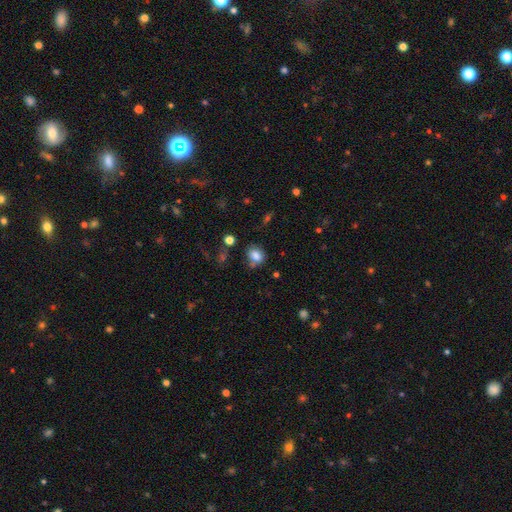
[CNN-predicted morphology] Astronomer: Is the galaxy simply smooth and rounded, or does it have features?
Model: smooth — 81%.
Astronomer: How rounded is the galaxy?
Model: in between — 54% (runner-up: round, 45%).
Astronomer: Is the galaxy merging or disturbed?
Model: none — 63%.